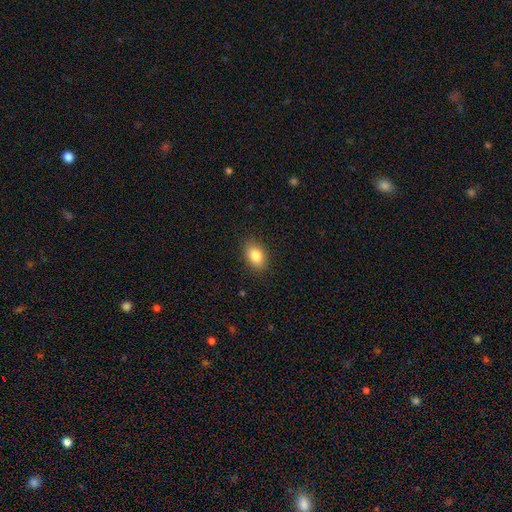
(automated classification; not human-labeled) A smooth galaxy with no disk features (84%) that is in between round and cigar-shaped (85%).

Vote fractions:
- Smooth or featured? smooth: 84% / star or artifact: 8% / featured or disk: 8%
- How rounded? in between: 85% / round: 13% / cigar-shaped: 1%
- Merging? none: 88% / minor disturbance: 9% / major disturbance: 2% / merger: 1%